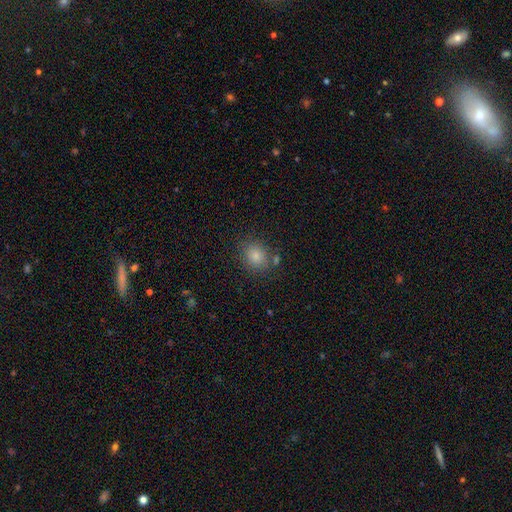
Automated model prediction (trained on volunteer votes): smooth 79%, star or artifact 15%, featured or disk 7%. Down the decision tree: how rounded — round (66%); merging — none (82%).